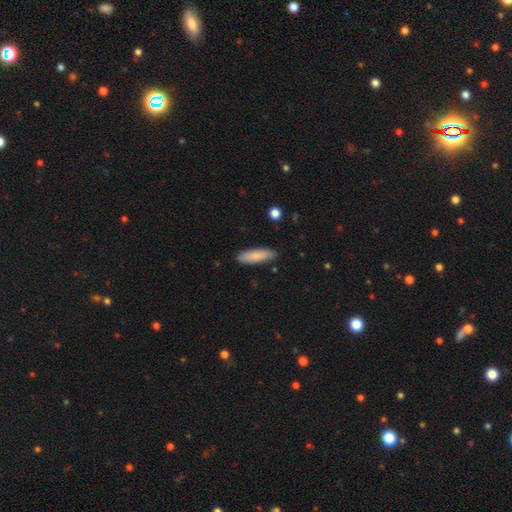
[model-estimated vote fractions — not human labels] Q: Smooth or featured?
A: smooth (83%); runner-up: featured or disk (12%)
Q: How rounded?
A: cigar-shaped (60%); runner-up: in between (39%)
Q: Merging?
A: none (88%); runner-up: minor disturbance (9%)